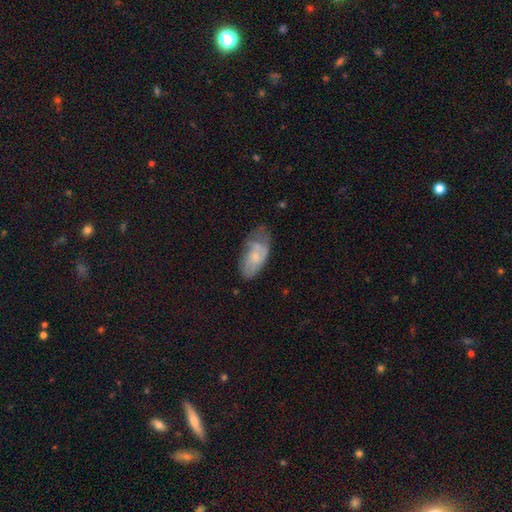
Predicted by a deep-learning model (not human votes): Morphology: type=smooth (51%); roundness=in between (91%); merging=none (43%).